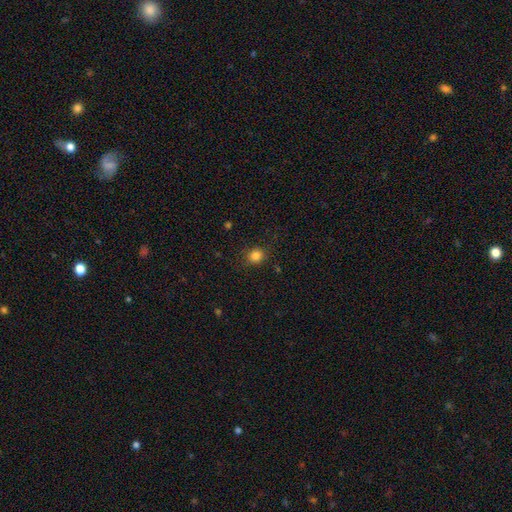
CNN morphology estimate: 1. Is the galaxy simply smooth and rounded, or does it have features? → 83% smooth, 12% star or artifact, 4% featured or disk.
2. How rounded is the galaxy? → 83% round, 16% in between, 1% cigar-shaped.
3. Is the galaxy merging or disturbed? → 87% none, 9% minor disturbance, 3% major disturbance, 1% merger.